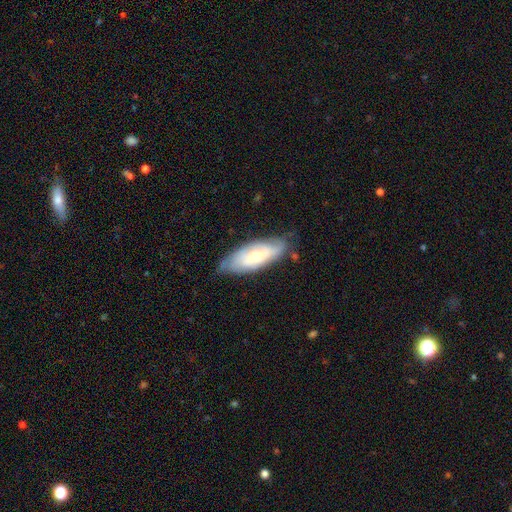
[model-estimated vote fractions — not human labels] smooth_or_featured: featured or disk (p=0.52) [alt: smooth p=0.42]
disk_edge_on: no (p=0.81) [alt: yes p=0.19]
merging: none (p=0.68) [alt: minor disturbance p=0.25]